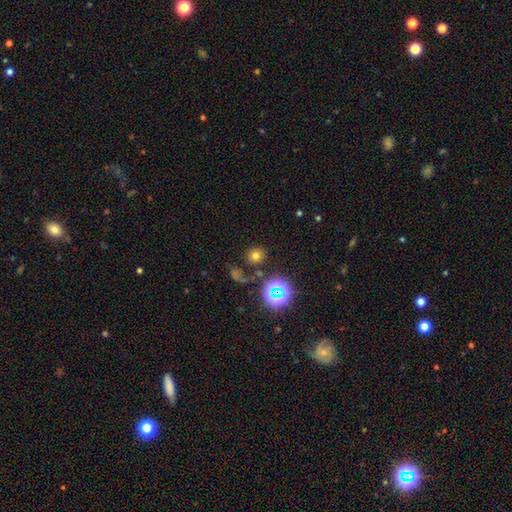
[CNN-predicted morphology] A smooth galaxy with no disk features (66%) that is round (80%). Merging: none (78%).